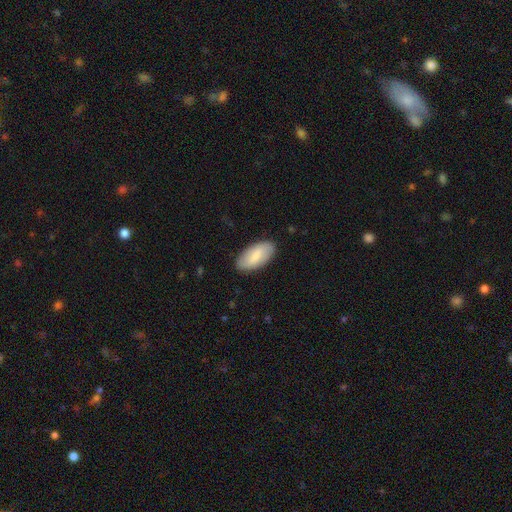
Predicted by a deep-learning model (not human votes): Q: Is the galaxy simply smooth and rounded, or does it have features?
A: smooth — 74%.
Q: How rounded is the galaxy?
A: in between — 93%.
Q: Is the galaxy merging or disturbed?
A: none — 86%.